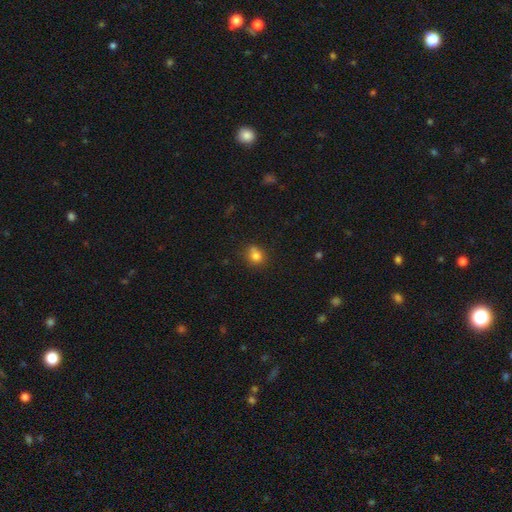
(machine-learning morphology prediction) The model was most divided on "merging": none: 60%, minor disturbance: 18%, merger: 17%, major disturbance: 5%. More confident: smooth or featured — smooth (78%); how rounded — round (74%).